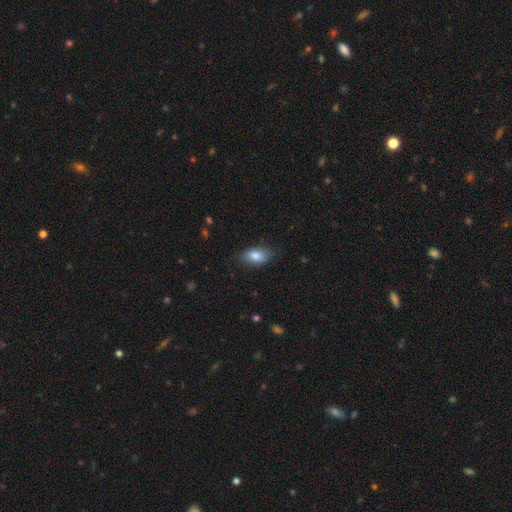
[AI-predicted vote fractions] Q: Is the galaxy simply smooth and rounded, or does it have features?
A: smooth — 81%.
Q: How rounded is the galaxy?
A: in between — 90%.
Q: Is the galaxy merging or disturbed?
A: none — 78%.